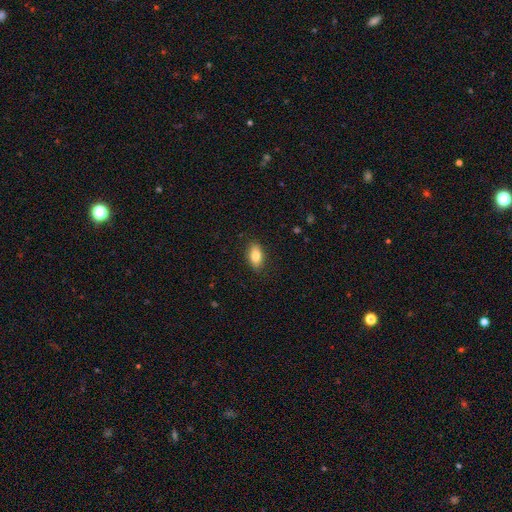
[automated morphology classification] Smooth or featured?
  - smooth: 82% *
  - featured or disk: 11%
  - star or artifact: 8%
How rounded?
  - in between: 89% *
  - round: 6%
  - cigar-shaped: 5%
Merging?
  - none: 87% *
  - minor disturbance: 10%
  - major disturbance: 2%
  - merger: 1%